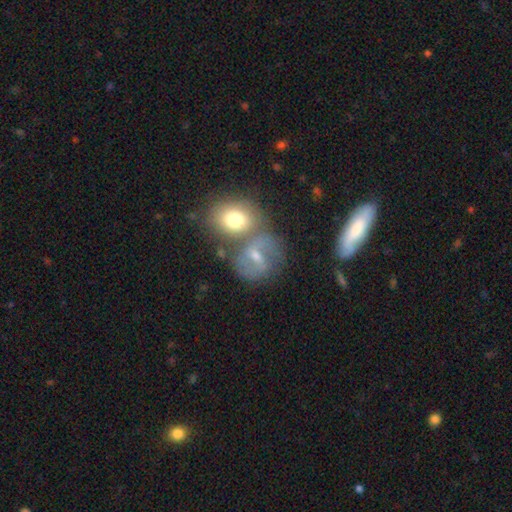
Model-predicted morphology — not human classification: Smooth or featured: featured or disk — 59% (smooth — 30%)
Edge-on disk: no — 95% (yes — 5%)
Bar: weak — 45% (no — 31%)
Spiral arms: yes — 81% (no — 19%)
Bulge size: small — 47% (moderate — 46%)
Merging: none — 50% (merger — 30%)